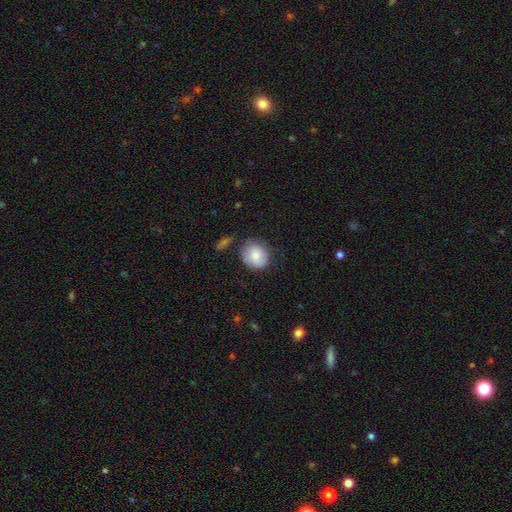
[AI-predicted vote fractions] This appears to be a smooth galaxy with no disk features (72%) that is round (80%). Merging: none (69%).